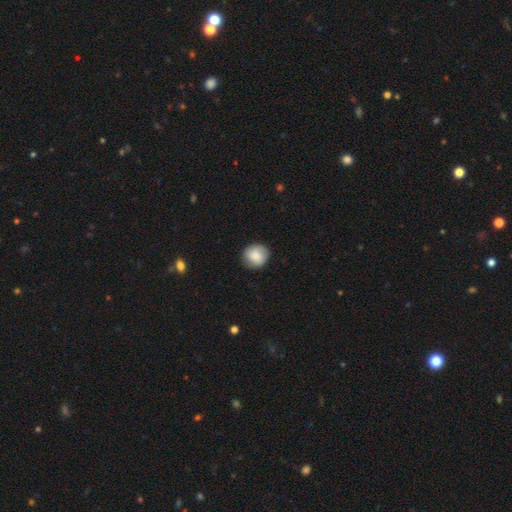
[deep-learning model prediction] A smooth galaxy with no disk features (80%) that is round (84%). Merging: none (83%).